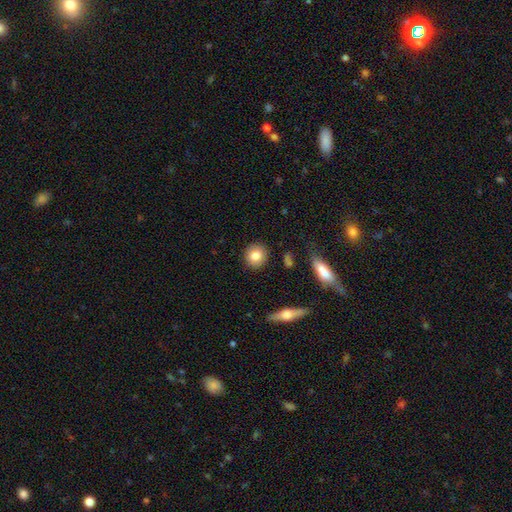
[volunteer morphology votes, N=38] smooth-or-featured: smooth: 82% | featured or disk: 13% | star or artifact: 5%
  how-rounded: round: 87% | in between: 13% | cigar-shaped: 0%
  merging: none: 89% | minor disturbance: 11% | major disturbance: 0% | merger: 0%